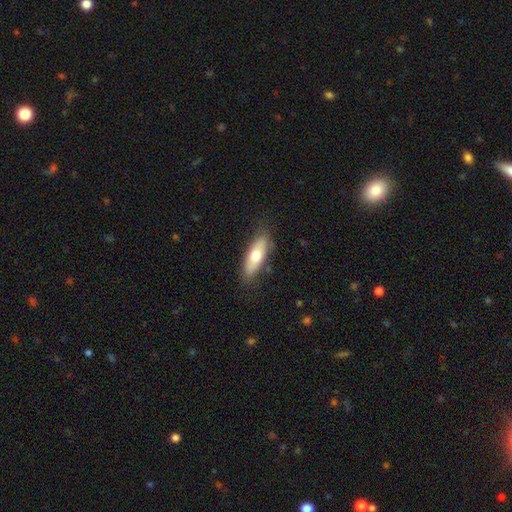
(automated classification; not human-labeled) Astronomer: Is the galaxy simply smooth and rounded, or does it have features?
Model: smooth — 67%.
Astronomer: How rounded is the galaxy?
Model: in between — 60% (runner-up: cigar-shaped, 38%).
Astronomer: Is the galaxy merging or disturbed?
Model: none — 82%.